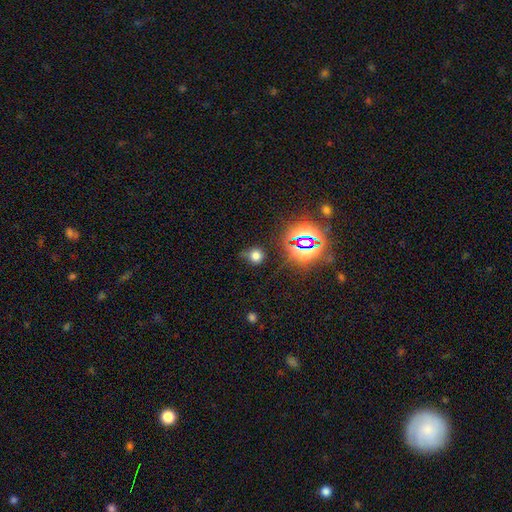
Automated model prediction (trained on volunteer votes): The model was most divided on "smooth or featured": smooth: 67%, star or artifact: 25%, featured or disk: 8%. More confident: how rounded — round (85%); merging — none (69%).